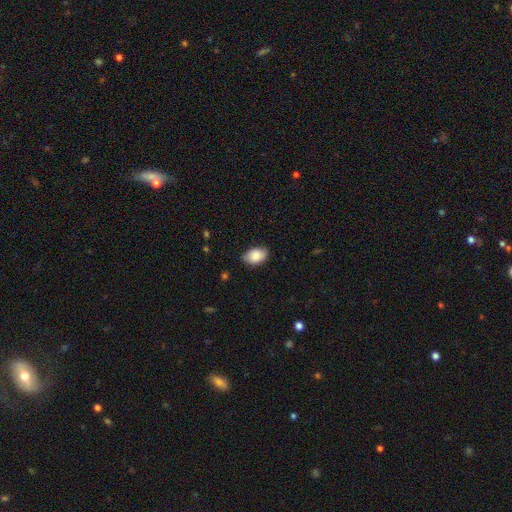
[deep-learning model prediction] Smooth or featured? smooth (87%)
How rounded? in between (89%)
Merging? none (82%)